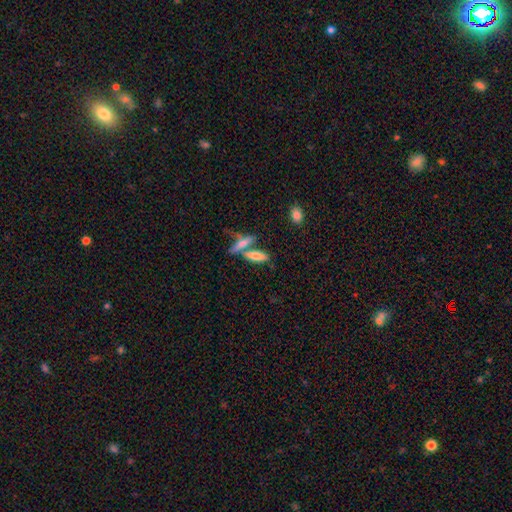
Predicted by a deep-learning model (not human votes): Smooth or featured: smooth — 67% (featured or disk — 25%)
How rounded: cigar-shaped — 53% (in between — 45%)
Merging: none — 45% (merger — 41%)